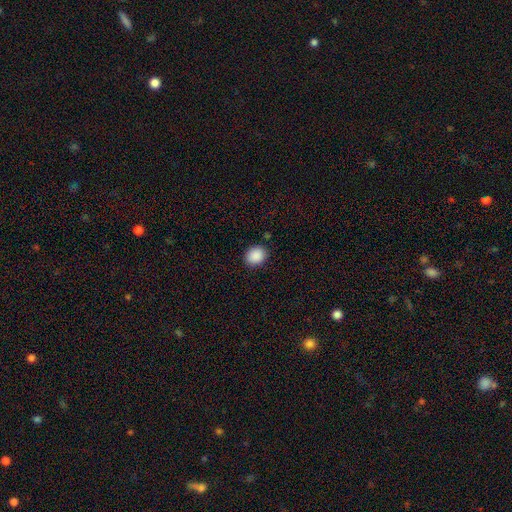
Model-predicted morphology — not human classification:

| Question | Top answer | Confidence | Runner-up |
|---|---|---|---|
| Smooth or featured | smooth | 89% | star or artifact (8%) |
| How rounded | round | 61% | in between (38%) |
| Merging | none | 88% | minor disturbance (8%) |